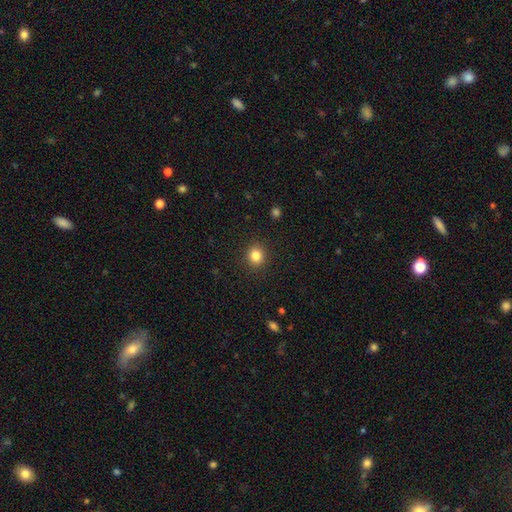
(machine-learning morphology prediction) smooth_or_featured: smooth (p=0.83) [alt: star or artifact p=0.12]
how_rounded: round (p=0.86) [alt: in between p=0.13]
merging: none (p=0.91) [alt: minor disturbance p=0.06]